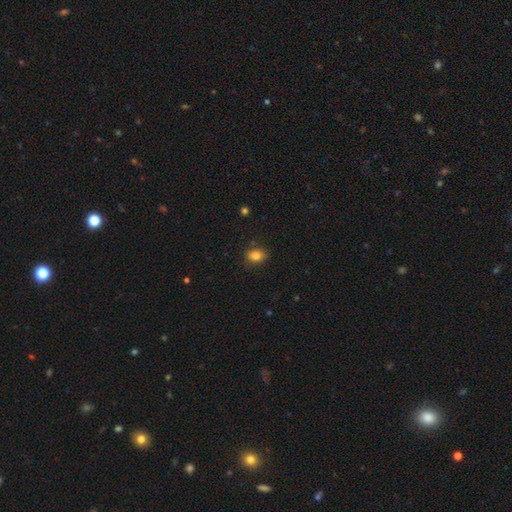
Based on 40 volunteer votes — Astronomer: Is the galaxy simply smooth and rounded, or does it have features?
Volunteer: smooth — 85%.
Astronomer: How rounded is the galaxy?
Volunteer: in between — 76%.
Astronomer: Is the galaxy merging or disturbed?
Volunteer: none — 76%.